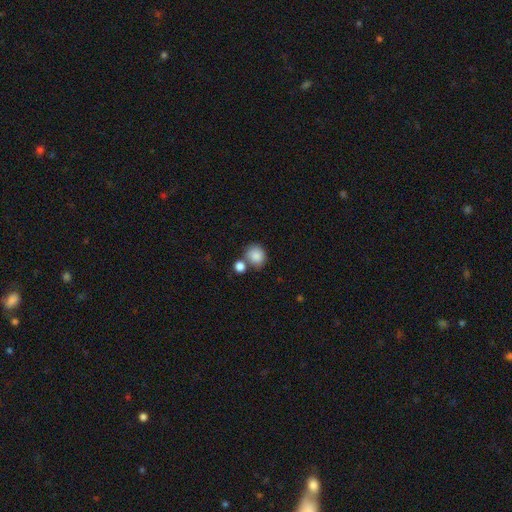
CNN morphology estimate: This appears to be a smooth galaxy with no disk features (86%) that is round (77%). Merging: none (56%).